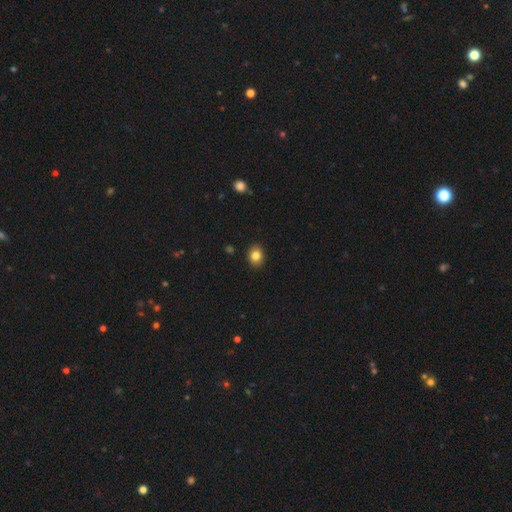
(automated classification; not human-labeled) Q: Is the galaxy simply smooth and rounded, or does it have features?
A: smooth — 83%.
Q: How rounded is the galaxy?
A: in between — 50%.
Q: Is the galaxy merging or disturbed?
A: none — 90%.